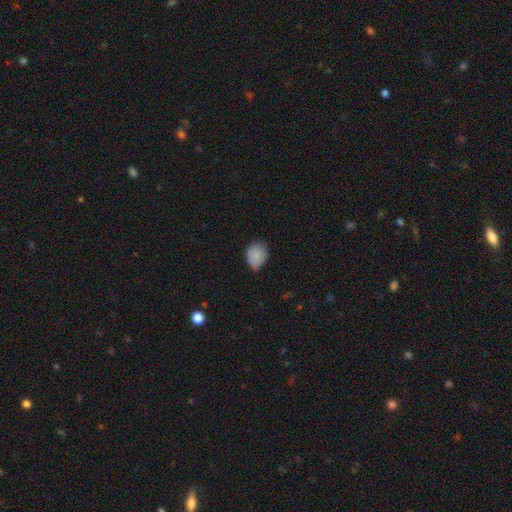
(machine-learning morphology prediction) Smooth or featured? Predicted: smooth (p=0.83). How rounded? Predicted: round (p=0.60). Merging? Predicted: none (p=0.55).